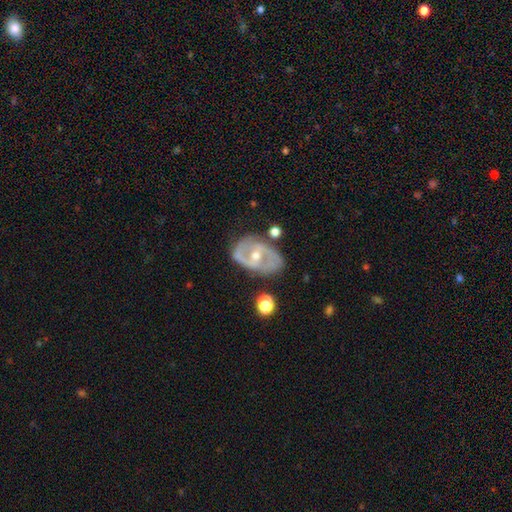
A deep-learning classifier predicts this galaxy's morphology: Overall: featured or disk (81%). Edge-on disk: no (95%). Bar: weak (42%; no 29%). Spiral arms: yes (79%). Spiral arm count: 2 (81%). Spiral winding: medium (47%; tight 29%). Bulge size: moderate (60%; small 36%). Merging: none (71%).